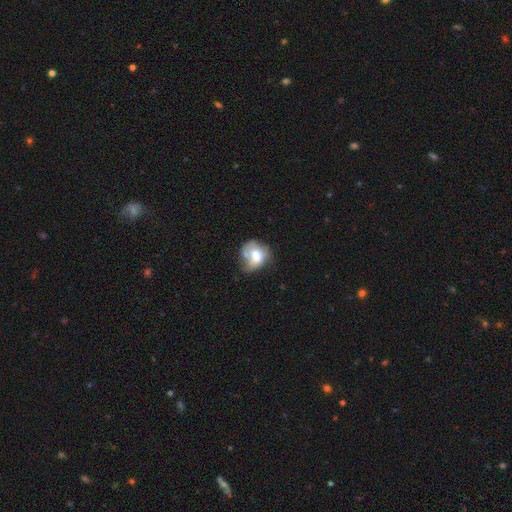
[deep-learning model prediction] Morphology: type=smooth (63%); roundness=round (56%); merging=none (29%).